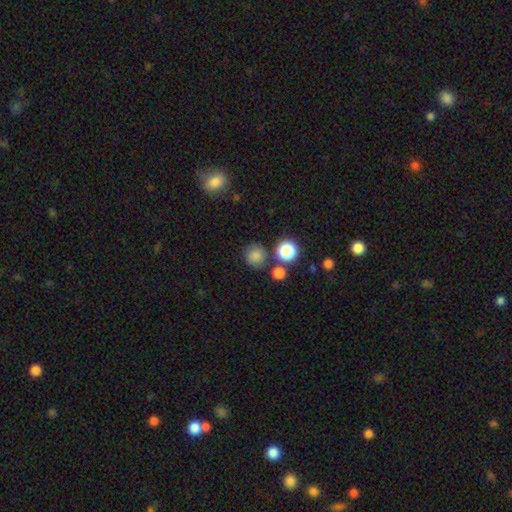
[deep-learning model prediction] The model was most divided on "merging": none: 75%, minor disturbance: 11%, merger: 10%, major disturbance: 4%. More confident: how rounded — round (89%); smooth or featured — smooth (80%).